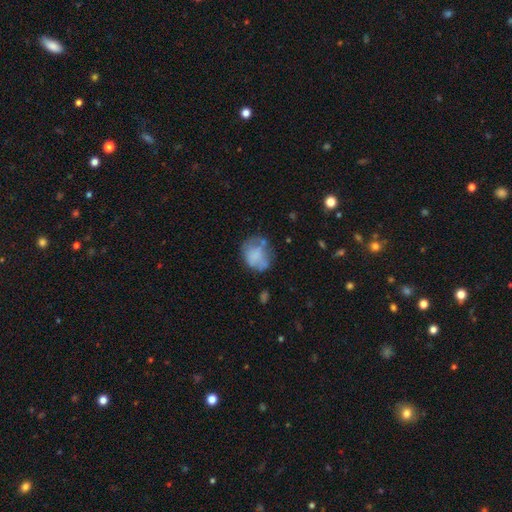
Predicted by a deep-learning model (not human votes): smooth_or_featured: smooth (p=0.62) [alt: featured or disk p=0.29]
how_rounded: round (p=0.58) [alt: in between p=0.41]
merging: none (p=0.45) [alt: minor disturbance p=0.28]